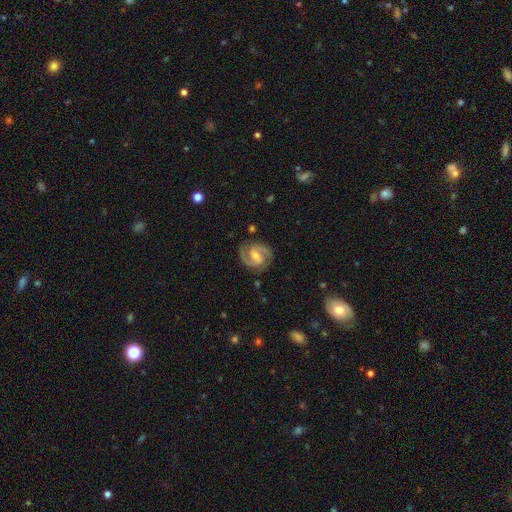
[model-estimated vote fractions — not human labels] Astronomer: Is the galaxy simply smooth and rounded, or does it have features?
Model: featured or disk — 90%.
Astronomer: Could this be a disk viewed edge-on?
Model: no — 98%.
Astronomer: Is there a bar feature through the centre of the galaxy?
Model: weak — 49% (runner-up: no, 26%).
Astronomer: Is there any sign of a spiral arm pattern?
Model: yes — 98%.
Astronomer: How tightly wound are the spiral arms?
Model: medium — 53% (runner-up: tight, 39%).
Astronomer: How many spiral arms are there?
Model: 2 — 93%.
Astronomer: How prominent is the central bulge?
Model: small — 46% (runner-up: moderate, 45%).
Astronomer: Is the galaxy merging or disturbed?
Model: none — 85%.